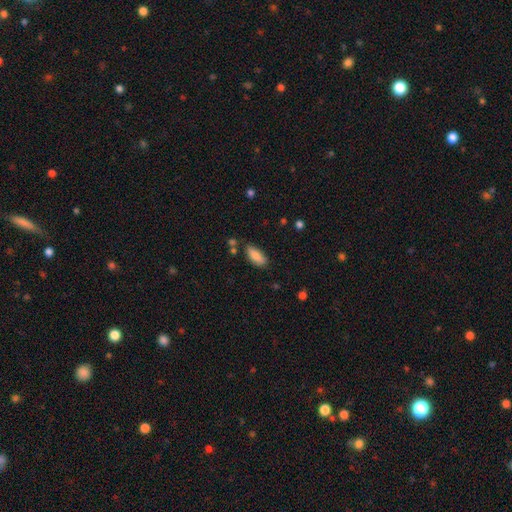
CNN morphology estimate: This is clearly a smooth galaxy (87%). How rounded: clearly in between (84%). Merging: likely none (77%).